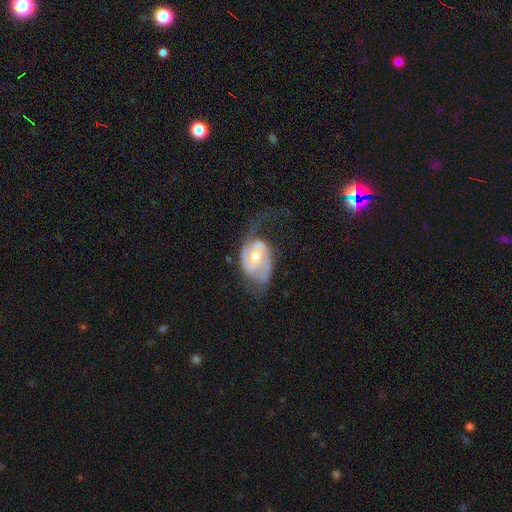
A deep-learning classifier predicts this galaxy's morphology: type=featured or disk (79%); edge-on=no (96%); bar=no (62%); spiral arms=yes (89%); winding=medium (40%); arm count=2 (74%); bulge=moderate (64%); merging=none (41%).